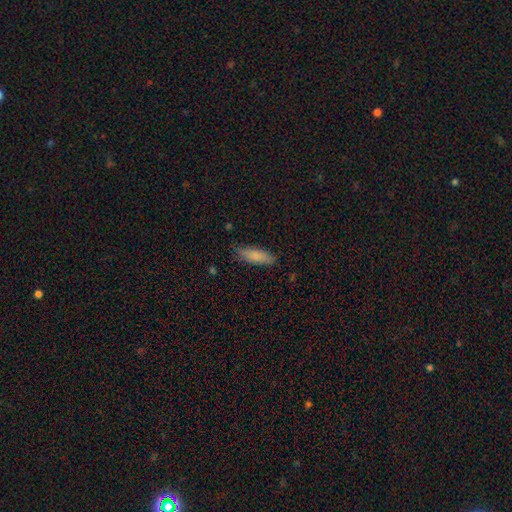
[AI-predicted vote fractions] This is clearly a smooth galaxy (84%). How rounded: possibly in between (50%). Merging: likely none (80%).